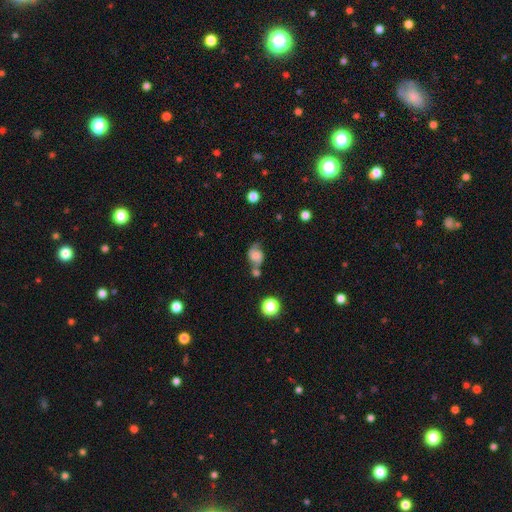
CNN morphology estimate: type=featured or disk (47%); merging=none (42%).